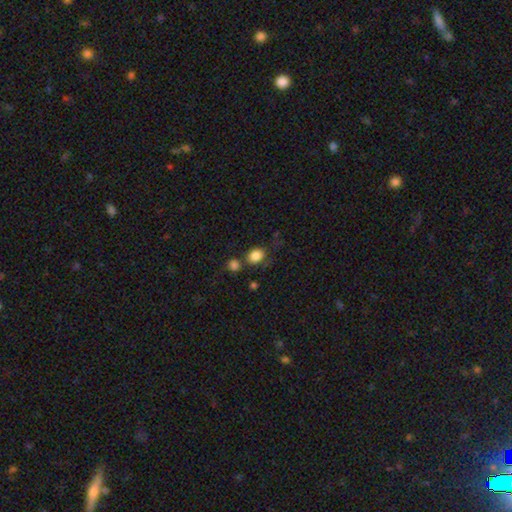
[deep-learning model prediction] Smooth or featured? Predicted: smooth (p=0.85). How rounded? Predicted: round (p=0.59). Merging? Predicted: none (p=0.63).